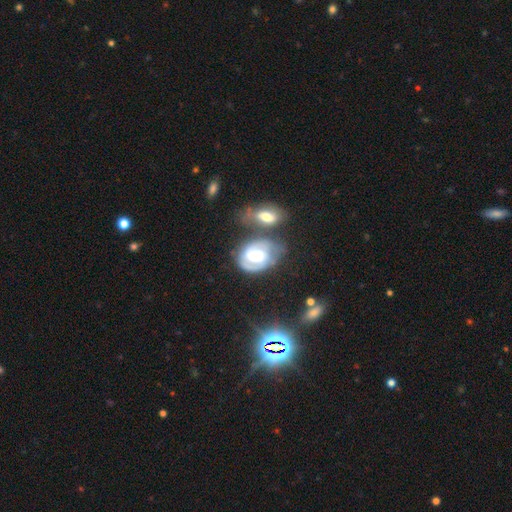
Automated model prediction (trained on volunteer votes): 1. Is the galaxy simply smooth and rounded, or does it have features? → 76% featured or disk, 18% smooth, 6% star or artifact.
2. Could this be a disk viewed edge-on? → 97% no, 3% yes.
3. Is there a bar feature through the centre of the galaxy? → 44% no, 43% weak, 13% strong.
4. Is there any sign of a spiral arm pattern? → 90% yes, 10% no.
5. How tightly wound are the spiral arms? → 54% tight, 36% medium, 10% loose.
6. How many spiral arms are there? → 64% 2, 17% can't tell, 10% 1, 5% 3, 2% 4, 1% more than 4.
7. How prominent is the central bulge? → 62% moderate, 21% small, 14% large, 2% none, 2% dominant.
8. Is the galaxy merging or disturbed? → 42% none, 25% merger, 20% minor disturbance, 13% major disturbance.